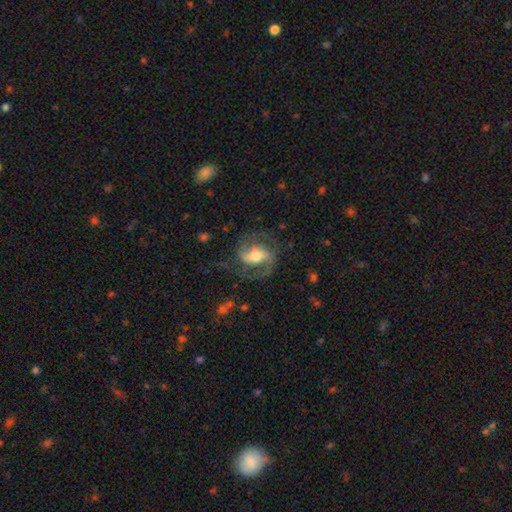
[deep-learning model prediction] This appears to be a featured or disk galaxy (84%) with a weak bar (44%), 2 (90%) medium (56%) spiral arms (95%) and a moderate central bulge (64%). Merging: none (69%).